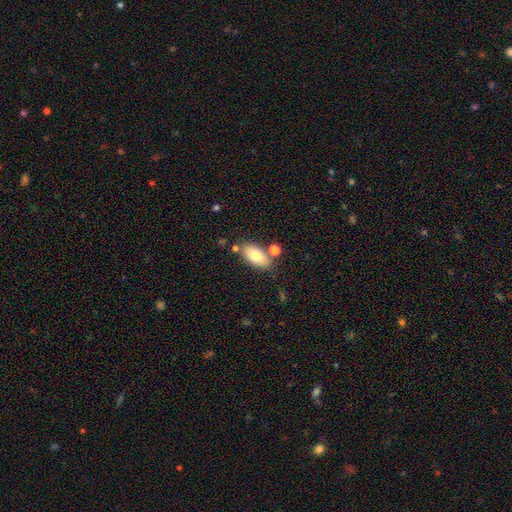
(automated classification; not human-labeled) Smooth or featured: smooth — 75% (featured or disk — 18%)
How rounded: in between — 91% (cigar-shaped — 5%)
Merging: none — 74% (minor disturbance — 12%)